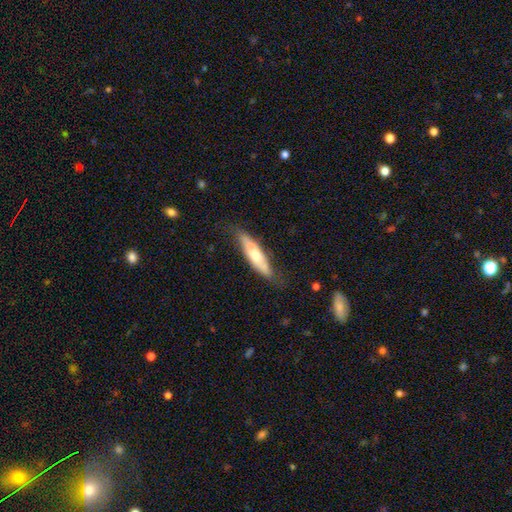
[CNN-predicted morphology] Q: Smooth or featured?
A: smooth (48%); runner-up: featured or disk (46%)
Q: Merging?
A: none (64%); runner-up: minor disturbance (22%)